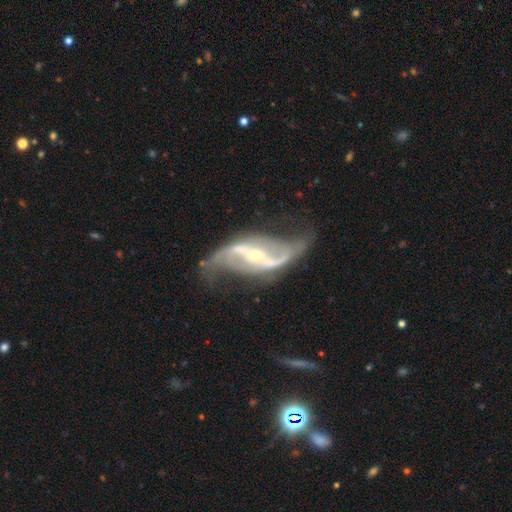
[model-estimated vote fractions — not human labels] This is clearly a featured or disk galaxy (91%). It is clearly not viewed edge-on (95%). Bar: possibly strong (58%). Spiral arm pattern: clearly yes (96%). Spiral arm count: clearly 2 (93%). Spiral winding: likely loose (77%). Central bulge: possibly small (59%). Merging: likely none (64%).